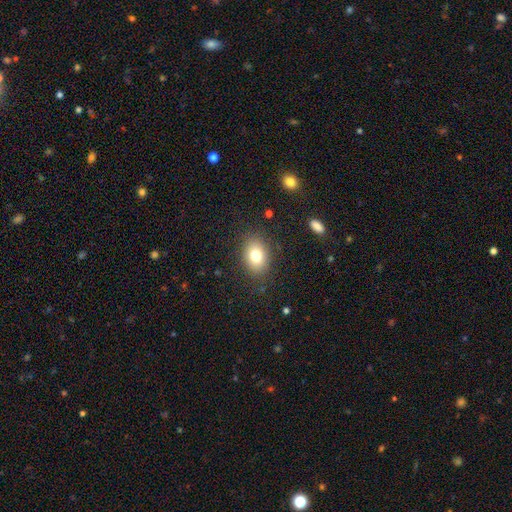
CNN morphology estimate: smooth_or_featured: smooth (p=0.78) [alt: featured or disk p=0.11]
how_rounded: in between (p=0.70) [alt: round p=0.28]
merging: none (p=0.85) [alt: minor disturbance p=0.10]